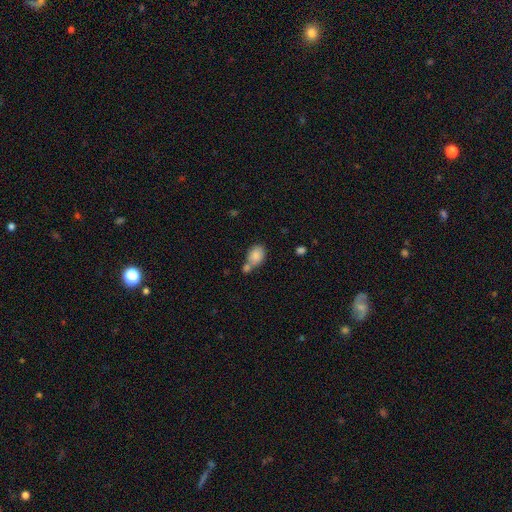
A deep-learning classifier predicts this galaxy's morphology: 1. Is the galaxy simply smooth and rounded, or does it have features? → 83% smooth, 9% featured or disk, 8% star or artifact.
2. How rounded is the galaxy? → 64% in between, 34% round, 1% cigar-shaped.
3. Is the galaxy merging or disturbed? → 41% merger, 40% none, 13% minor disturbance, 5% major disturbance.